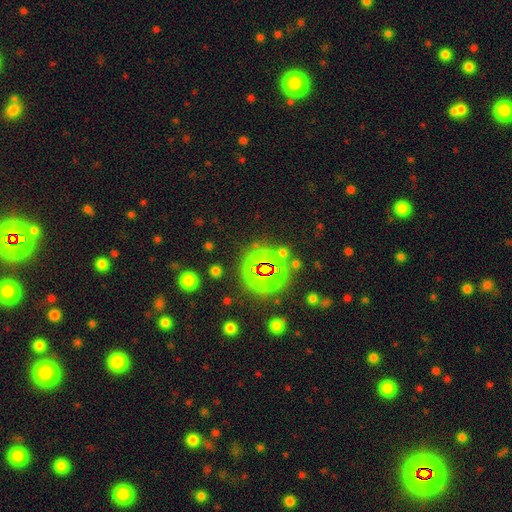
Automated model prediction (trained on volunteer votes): The model was most divided on "smooth or featured": star or artifact: 74%, smooth: 14%, featured or disk: 12%.